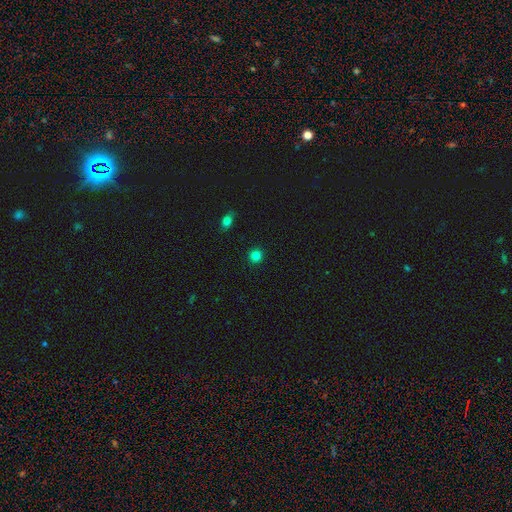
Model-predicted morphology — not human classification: Smooth or featured? Predicted: smooth (p=0.83). How rounded? Predicted: round (p=0.93). Merging? Predicted: none (p=0.92).